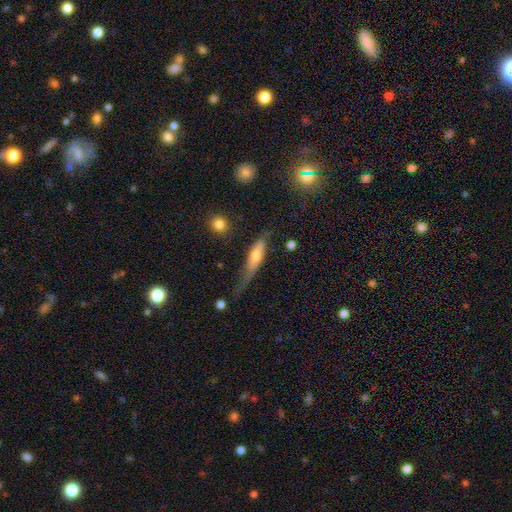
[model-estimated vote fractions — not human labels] Q: Smooth or featured?
A: smooth (51%); runner-up: featured or disk (42%)
Q: How rounded?
A: cigar-shaped (61%); runner-up: in between (36%)
Q: Merging?
A: none (38%); runner-up: minor disturbance (31%)